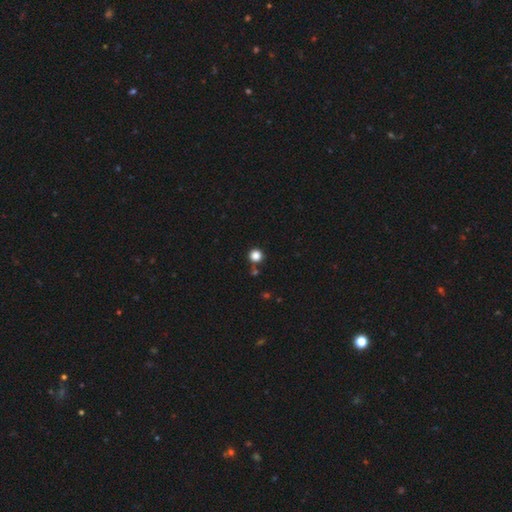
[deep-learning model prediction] Q: Smooth or featured?
A: smooth (83%); runner-up: star or artifact (13%)
Q: How rounded?
A: round (94%); runner-up: in between (5%)
Q: Merging?
A: none (82%); runner-up: merger (9%)